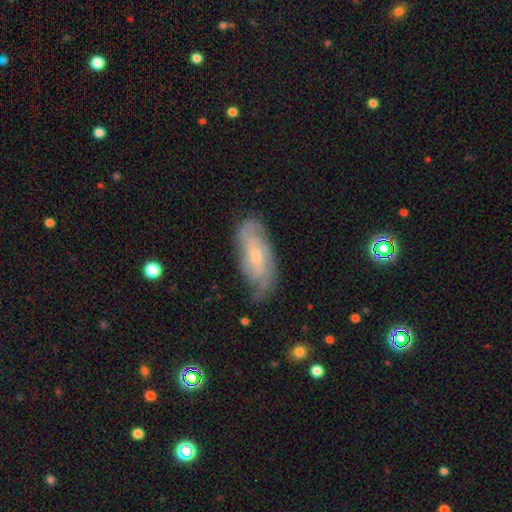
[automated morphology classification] Smooth or featured? featured or disk (75%)
Edge-on disk? no (91%)
Bar? no (56%)
Spiral arms? yes (93%)
Spiral winding? tight (47%)
Spiral arm count? 2 (37%)
Bulge size? small (64%)
Merging? none (72%)